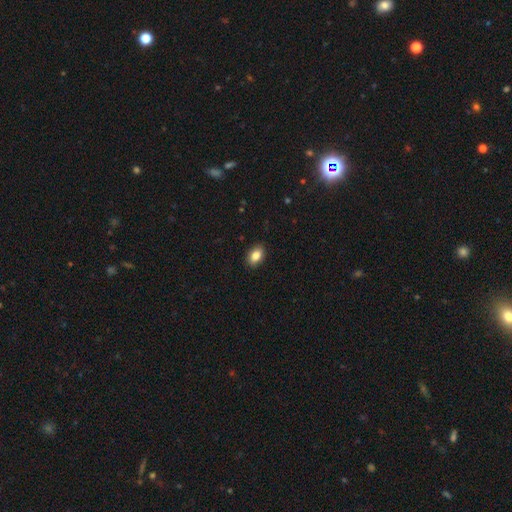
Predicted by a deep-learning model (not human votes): A smooth galaxy with no disk features (85%) that is in between round and cigar-shaped (87%).

Vote fractions:
- Smooth or featured? smooth: 85% / star or artifact: 8% / featured or disk: 7%
- How rounded? in between: 87% / round: 12% / cigar-shaped: 2%
- Merging? none: 89% / minor disturbance: 8% / major disturbance: 2% / merger: 1%